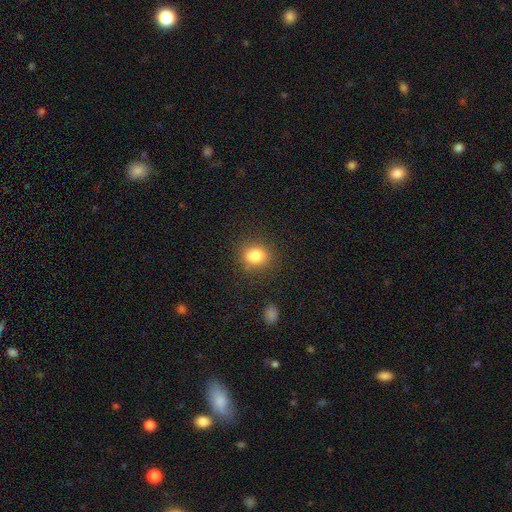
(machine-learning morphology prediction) Smooth or featured: smooth — 83% (star or artifact — 11%)
How rounded: round — 62% (in between — 37%)
Merging: none — 83% (minor disturbance — 11%)